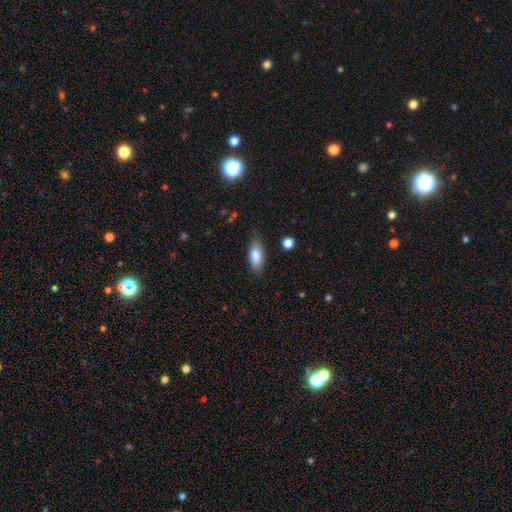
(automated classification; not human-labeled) smooth_or_featured: smooth (p=0.84) [alt: featured or disk p=0.09]
how_rounded: in between (p=0.78) [alt: cigar-shaped p=0.20]
merging: none (p=0.81) [alt: minor disturbance p=0.14]